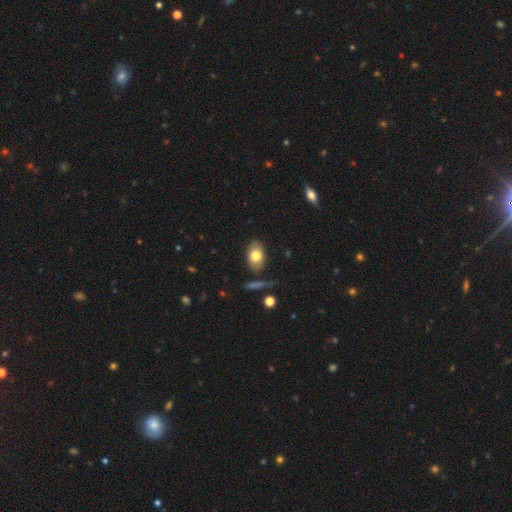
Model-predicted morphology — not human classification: Smooth or featured: smooth — 74% (featured or disk — 19%)
How rounded: in between — 87% (round — 11%)
Merging: none — 77% (minor disturbance — 15%)